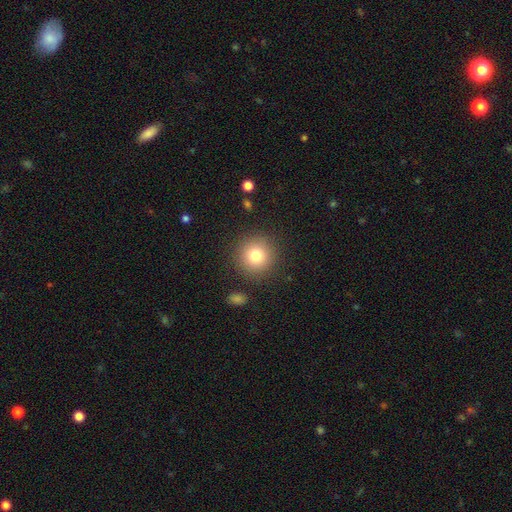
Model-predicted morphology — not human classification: Smooth or featured: smooth — 80% (star or artifact — 11%)
How rounded: round — 94% (in between — 5%)
Merging: none — 89% (minor disturbance — 7%)